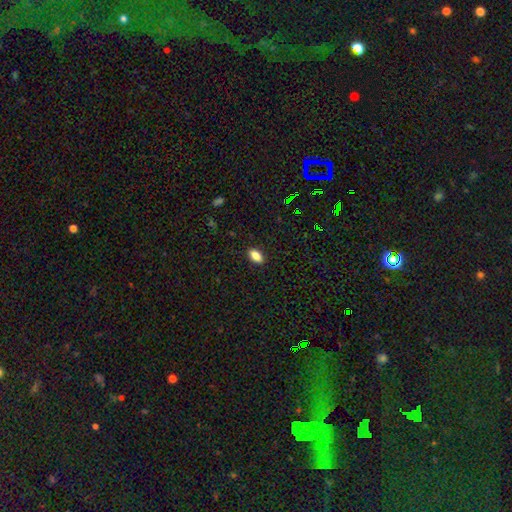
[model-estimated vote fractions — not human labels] A smooth galaxy with no disk features (85%) that is in between round and cigar-shaped (90%). Merging: none (89%).